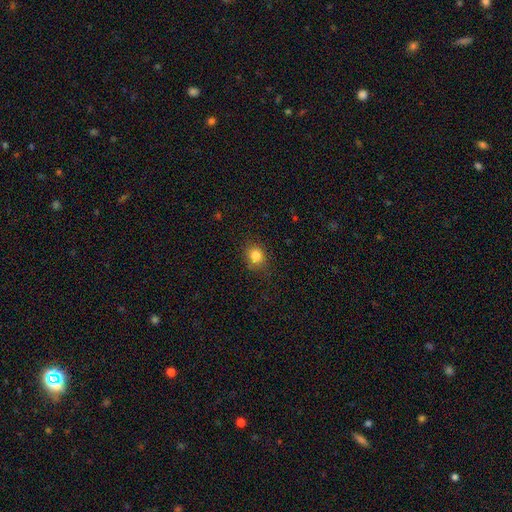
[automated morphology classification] smooth 83%, star or artifact 11%, featured or disk 5%. Down the decision tree: how rounded — round (72%); merging — none (81%).